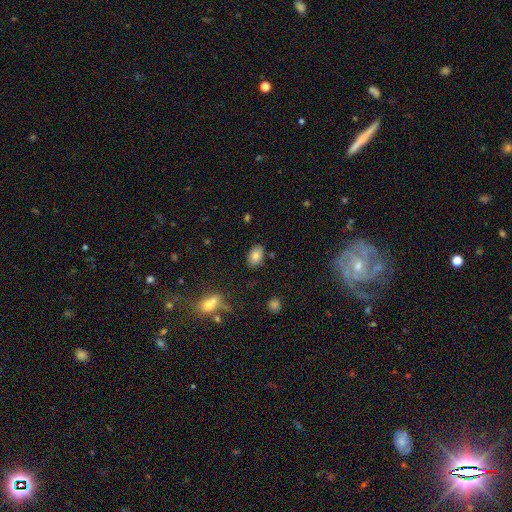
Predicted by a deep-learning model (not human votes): This appears to be a smooth galaxy with no disk features (81%) that is in between round and cigar-shaped (88%). Merging: none (82%).